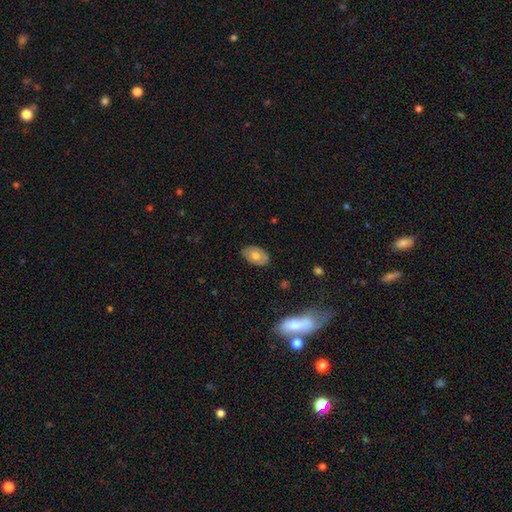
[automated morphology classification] Overall: smooth (69%). How rounded: in between (89%). Merging: none (82%).